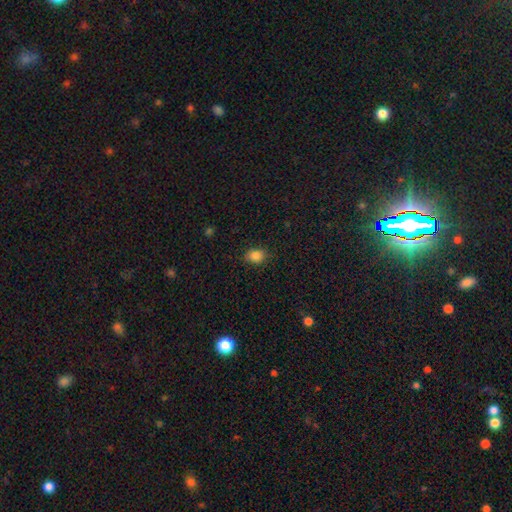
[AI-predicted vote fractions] Smooth or featured? smooth (84%)
How rounded? in between (61%)
Merging? none (84%)